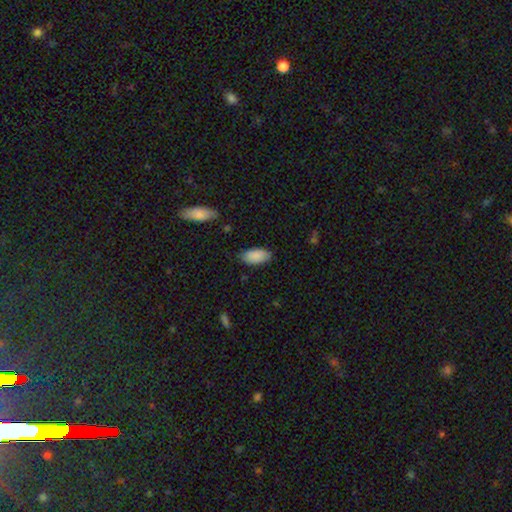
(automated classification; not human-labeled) Morphology: type=smooth (88%); roundness=in between (94%); merging=none (82%).